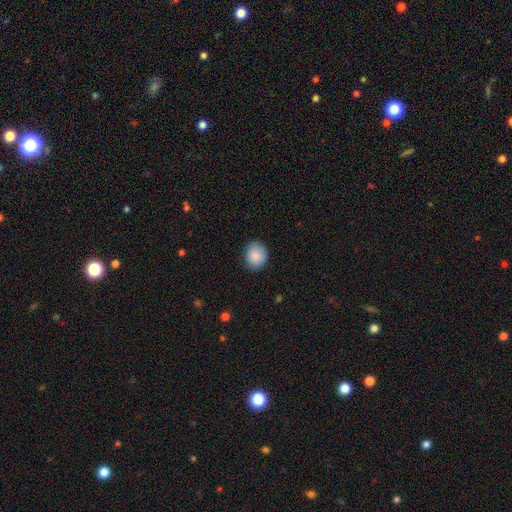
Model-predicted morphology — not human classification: smooth-or-featured: smooth: 87% | star or artifact: 8% | featured or disk: 5%
  how-rounded: round: 68% | in between: 31% | cigar-shaped: 1%
  merging: none: 83% | minor disturbance: 13% | major disturbance: 3% | merger: 1%